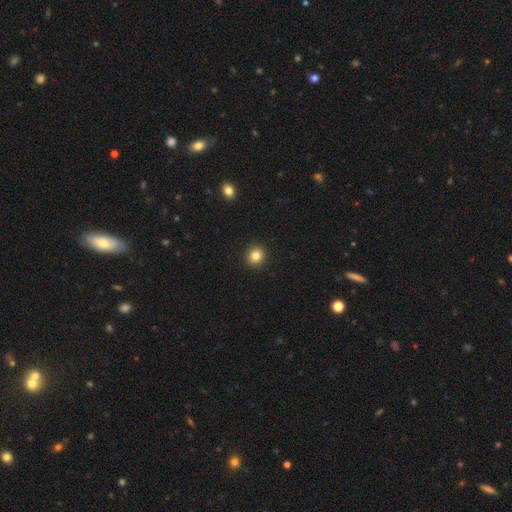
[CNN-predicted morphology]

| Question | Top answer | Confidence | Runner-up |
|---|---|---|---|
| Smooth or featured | smooth | 84% | star or artifact (11%) |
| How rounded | round | 86% | in between (13%) |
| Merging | none | 93% | minor disturbance (5%) |